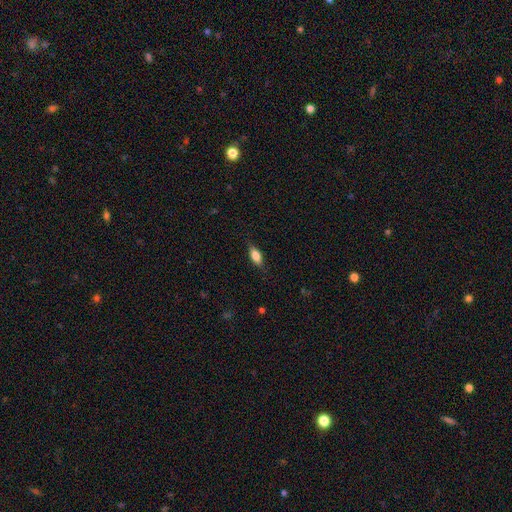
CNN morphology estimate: Smooth or featured? smooth (77%)
How rounded? in between (78%)
Merging? none (81%)